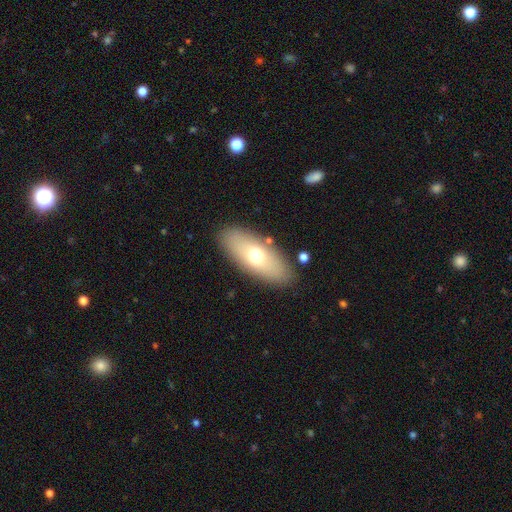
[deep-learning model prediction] This appears to be a smooth galaxy with no disk features (65%) that is in between round and cigar-shaped (80%). Merging: none (85%).